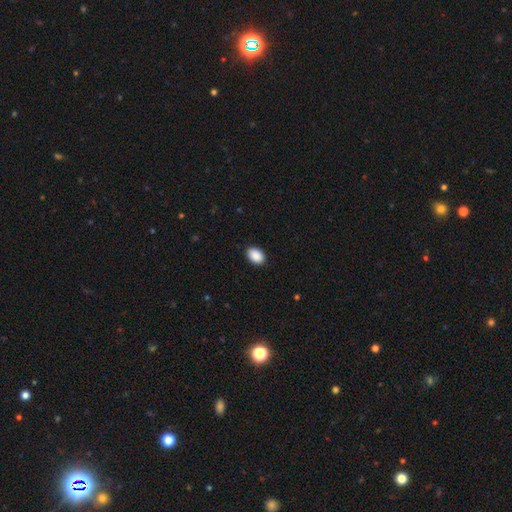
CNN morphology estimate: Overall: smooth (91%). How rounded: in between (86%). Merging: none (90%).